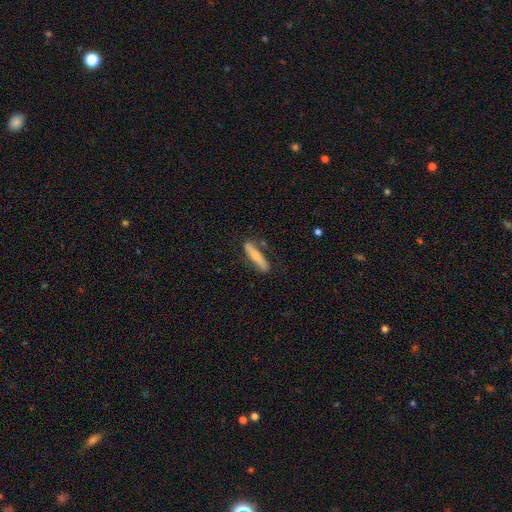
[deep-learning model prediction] Smooth or featured? Predicted: smooth (p=0.56). How rounded? Predicted: cigar-shaped (p=0.86). Merging? Predicted: none (p=0.78).